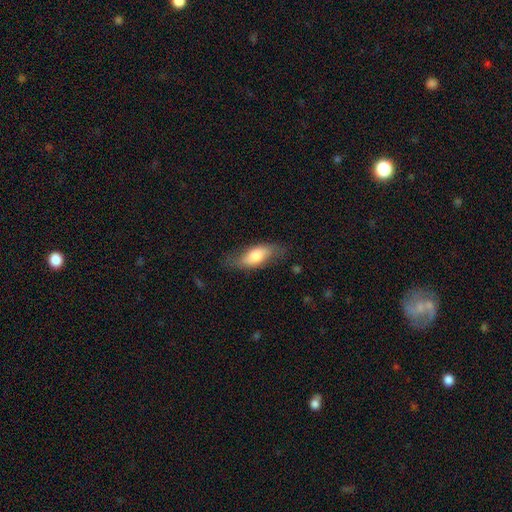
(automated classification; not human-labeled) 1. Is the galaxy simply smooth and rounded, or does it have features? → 70% smooth, 24% featured or disk, 6% star or artifact.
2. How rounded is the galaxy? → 77% in between, 19% cigar-shaped, 3% round.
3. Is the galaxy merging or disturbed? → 69% none, 23% minor disturbance, 7% major disturbance, 1% merger.